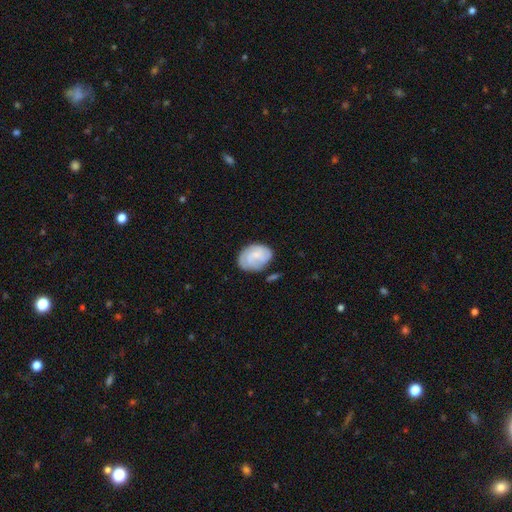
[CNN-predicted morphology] smooth_or_featured: featured or disk (p=0.49) [alt: smooth p=0.45]
merging: none (p=0.65) [alt: minor disturbance p=0.23]